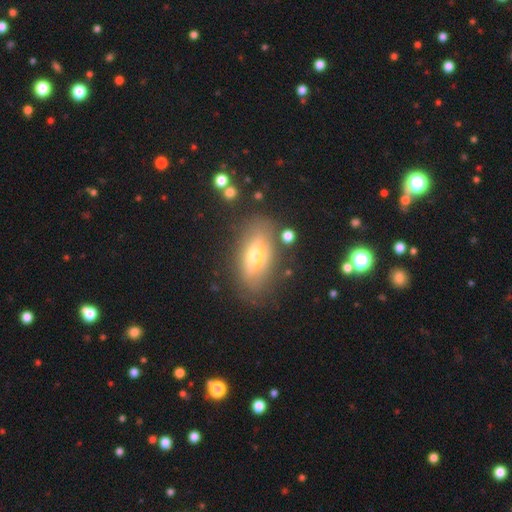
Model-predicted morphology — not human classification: smooth-or-featured: featured or disk: 50% | smooth: 40% | star or artifact: 10%
  disk-edge-on: no: 51% | yes: 49%
  merging: none: 75% | minor disturbance: 16% | major disturbance: 6% | merger: 3%